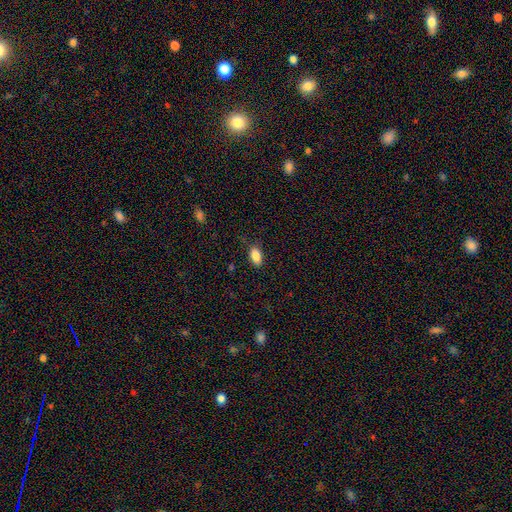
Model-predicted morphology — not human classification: The model was most divided on "merging": none: 85%, minor disturbance: 12%, major disturbance: 3%, merger: 1%. More confident: how rounded — in between (91%); smooth or featured — smooth (88%).